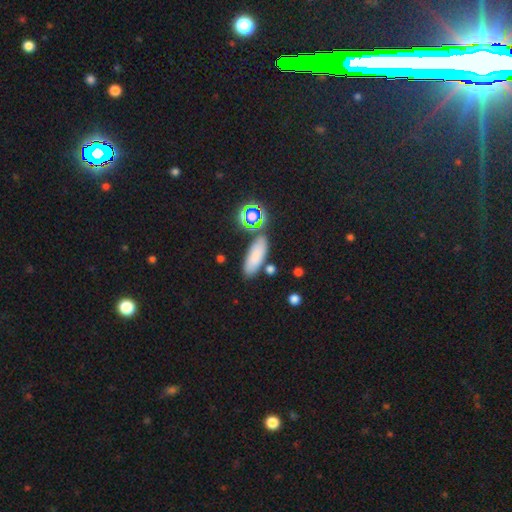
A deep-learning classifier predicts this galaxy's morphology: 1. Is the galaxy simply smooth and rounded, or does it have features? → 76% smooth, 15% star or artifact, 9% featured or disk.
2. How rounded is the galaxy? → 67% in between, 29% cigar-shaped, 4% round.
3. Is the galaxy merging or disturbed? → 76% none, 12% minor disturbance, 8% merger, 4% major disturbance.